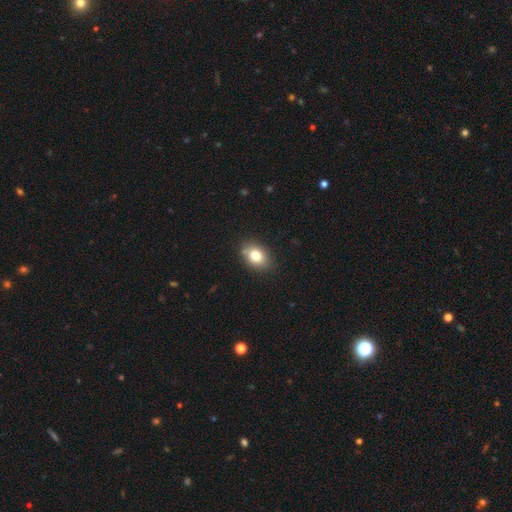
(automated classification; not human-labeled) Smooth or featured?
  - smooth: 79% *
  - featured or disk: 11%
  - star or artifact: 10%
How rounded?
  - in between: 74% *
  - round: 24%
  - cigar-shaped: 1%
Merging?
  - none: 81% *
  - minor disturbance: 13%
  - merger: 3%
  - major disturbance: 3%